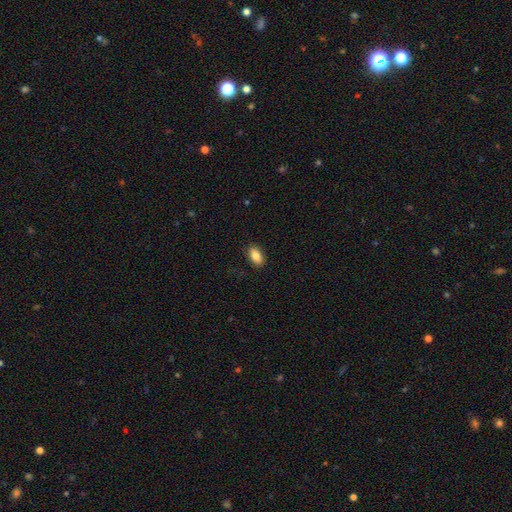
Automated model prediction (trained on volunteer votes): Smooth or featured: smooth — 86% (star or artifact — 7%)
How rounded: in between — 91% (cigar-shaped — 5%)
Merging: none — 88% (minor disturbance — 9%)